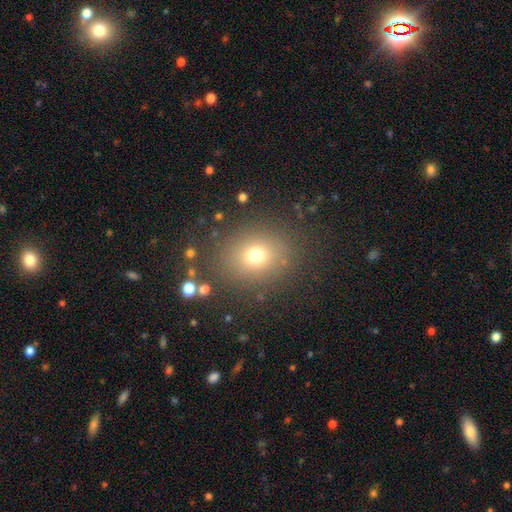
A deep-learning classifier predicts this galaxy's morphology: Smooth or featured?
  - smooth: 70% *
  - star or artifact: 18%
  - featured or disk: 11%
How rounded?
  - round: 64% *
  - in between: 35%
  - cigar-shaped: 1%
Merging?
  - none: 83% *
  - minor disturbance: 9%
  - major disturbance: 5%
  - merger: 2%